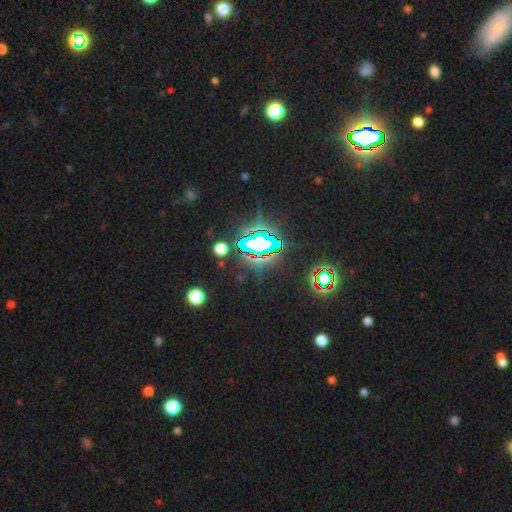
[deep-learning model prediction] star or artifact 81%, smooth 12%, featured or disk 8%.